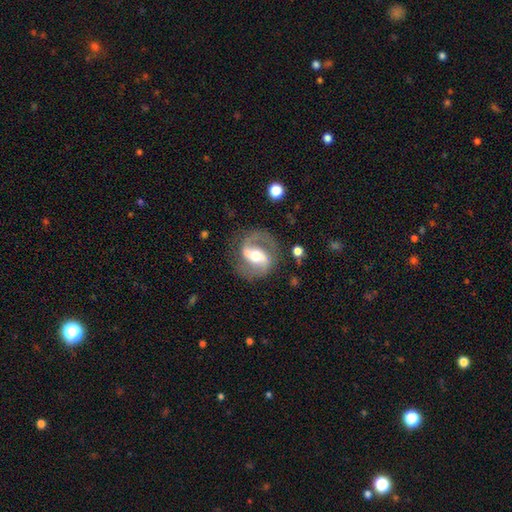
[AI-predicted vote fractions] smooth_or_featured: featured or disk (p=0.84) [alt: smooth p=0.11]
disk_edge_on: no (p=0.97) [alt: yes p=0.03]
bar: weak (p=0.38) [tied with: strong p=0.38]
has_spiral_arms: yes (p=0.92) [alt: no p=0.08]
spiral_winding: medium (p=0.54) [alt: loose p=0.29]
spiral_arm_count: 2 (p=0.88) [alt: 1 p=0.06]
bulge_size: moderate (p=0.69) [alt: small p=0.15]
merging: none (p=0.73) [alt: minor disturbance p=0.15]